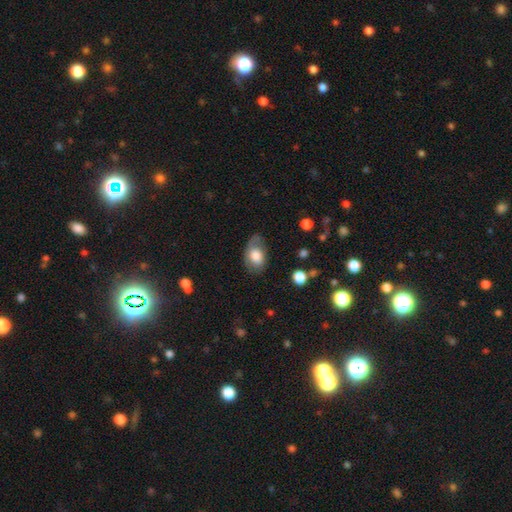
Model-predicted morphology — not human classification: smooth_or_featured: smooth (p=0.71) [alt: featured or disk p=0.22]
how_rounded: in between (p=0.88) [alt: round p=0.11]
merging: none (p=0.55) [alt: minor disturbance p=0.30]